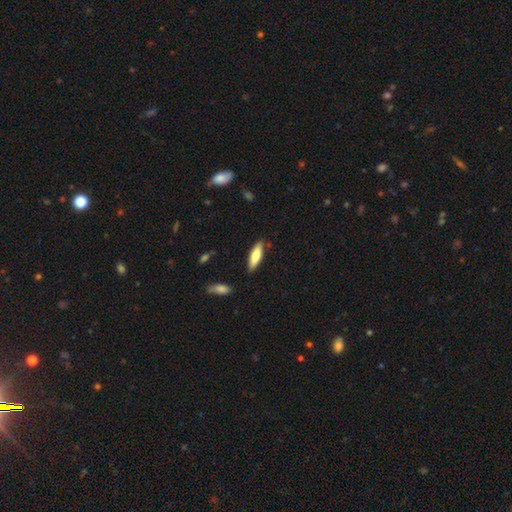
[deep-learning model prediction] This appears to be a smooth galaxy with no disk features (73%) that is cigar-shaped (55%). Merging: none (82%).